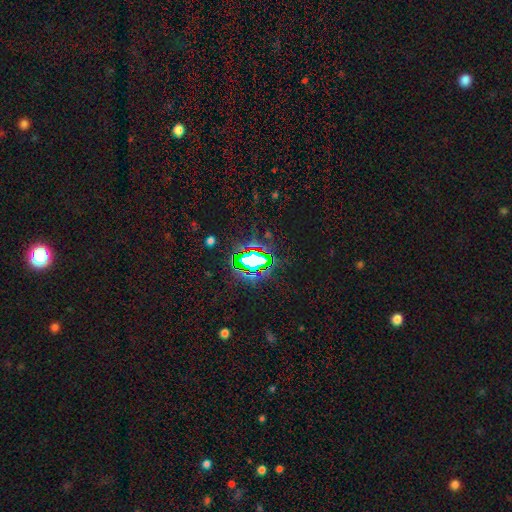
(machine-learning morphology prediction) A star or artifact, not a galaxy (67%).

Vote fractions:
- Smooth or featured? star or artifact: 67% / smooth: 20% / featured or disk: 14%